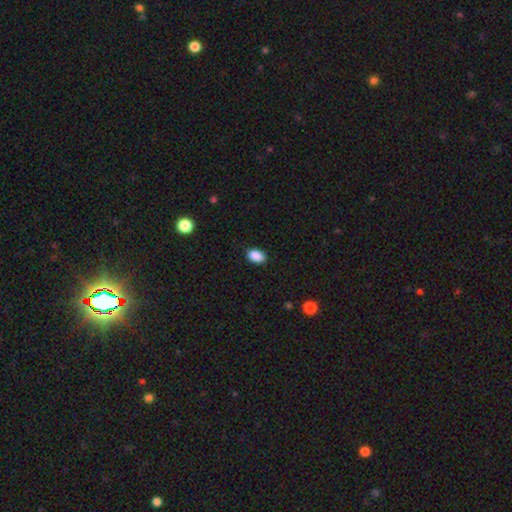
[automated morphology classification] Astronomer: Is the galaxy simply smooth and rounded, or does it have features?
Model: smooth — 89%.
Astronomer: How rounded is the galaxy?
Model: in between — 88%.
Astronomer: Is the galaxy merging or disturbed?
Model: none — 87%.